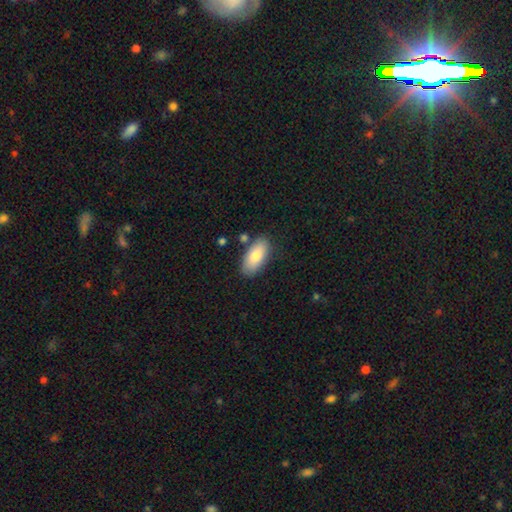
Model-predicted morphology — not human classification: smooth 81%, featured or disk 13%, star or artifact 6%. Down the decision tree: how rounded — in between (91%); merging — none (80%).